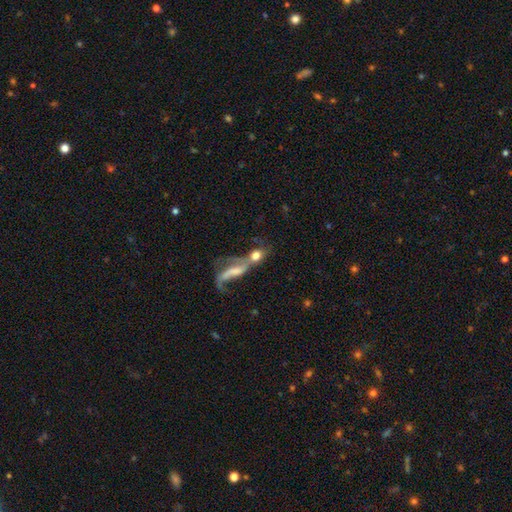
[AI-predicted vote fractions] Smooth or featured: smooth — 53% (featured or disk — 36%)
How rounded: in between — 48% (round — 36%)
Merging: merger — 63% (none — 18%)